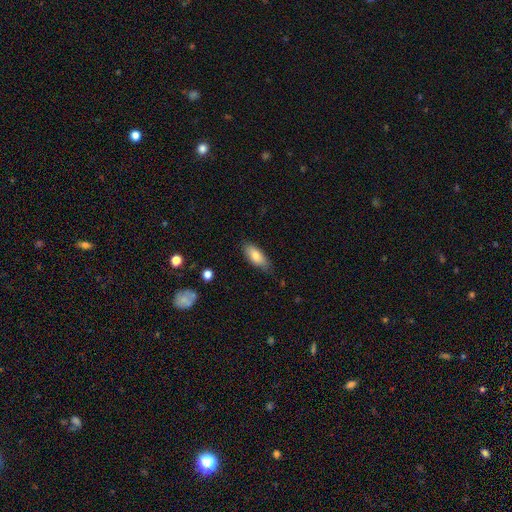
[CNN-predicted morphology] Smooth or featured: smooth — 81% (featured or disk — 12%)
How rounded: in between — 80% (cigar-shaped — 17%)
Merging: none — 75% (minor disturbance — 20%)